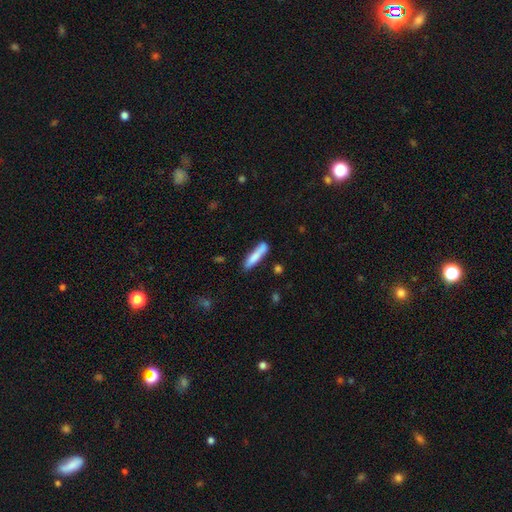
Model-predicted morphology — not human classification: The model was most divided on "merging": none: 71%, minor disturbance: 18%, merger: 6%, major disturbance: 4%. More confident: how rounded — cigar-shaped (86%); smooth or featured — smooth (79%).